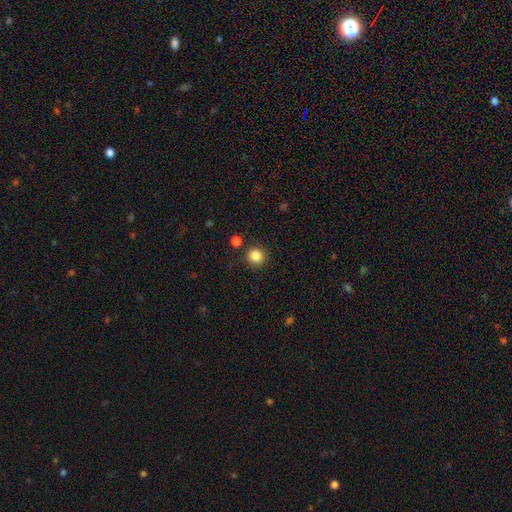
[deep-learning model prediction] Overall: smooth (85%). How rounded: round (91%). Merging: none (88%).